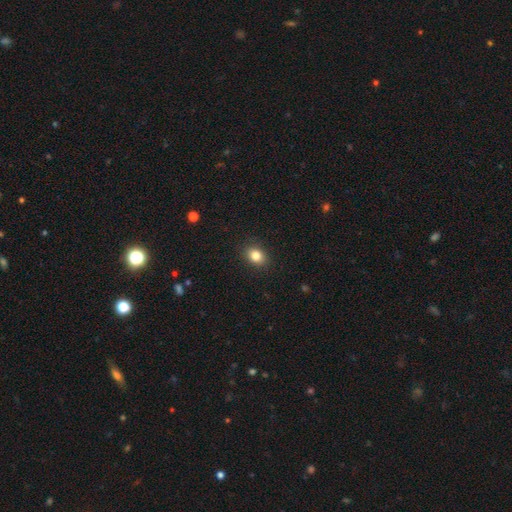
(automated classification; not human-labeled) This appears to be a smooth galaxy with no disk features (83%) that is in between round and cigar-shaped (58%). Merging: none (89%).